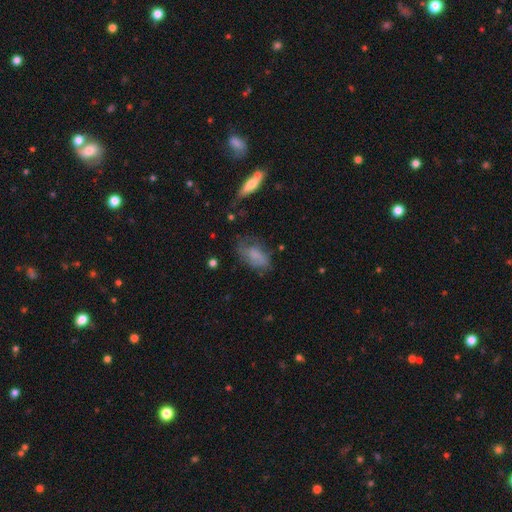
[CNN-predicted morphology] smooth 59%, featured or disk 32%, star or artifact 10%. Down the decision tree: how rounded — in between (87%); merging — none (45%).